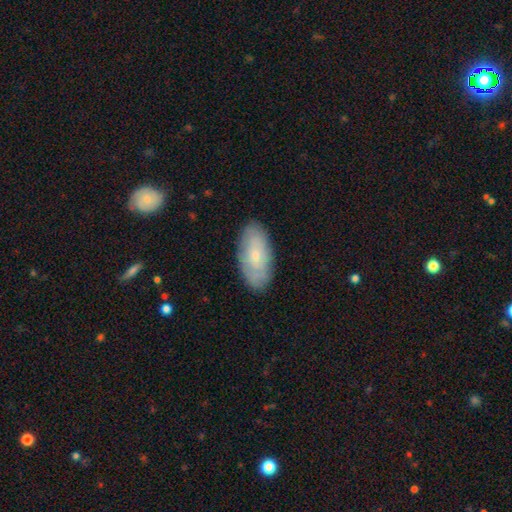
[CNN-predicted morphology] A smooth galaxy with no disk features (58%) that is in between round and cigar-shaped (91%). Merging: none (84%).